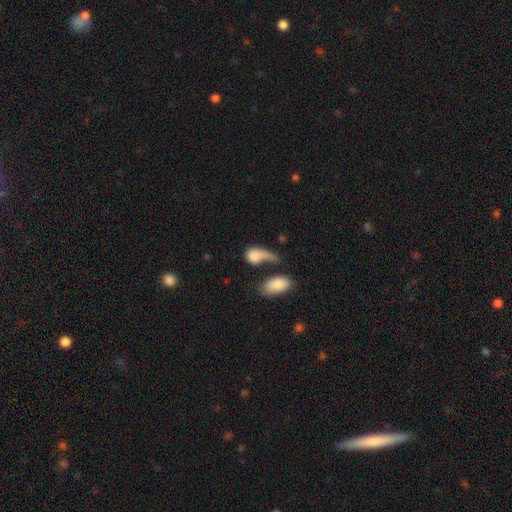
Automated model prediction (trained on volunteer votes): This appears to be a smooth galaxy with no disk features (76%) that is in between round and cigar-shaped (70%). Merging: major disturbance (34%).